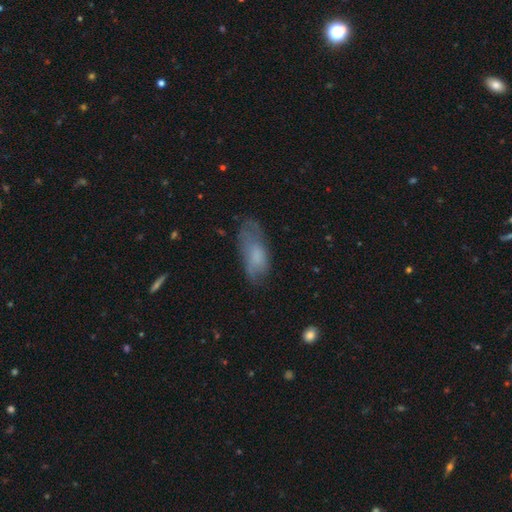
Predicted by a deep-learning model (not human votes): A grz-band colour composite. It shows a smooth galaxy with no disk features (62%) that is in between round and cigar-shaped (84%). Merging: none (52%).